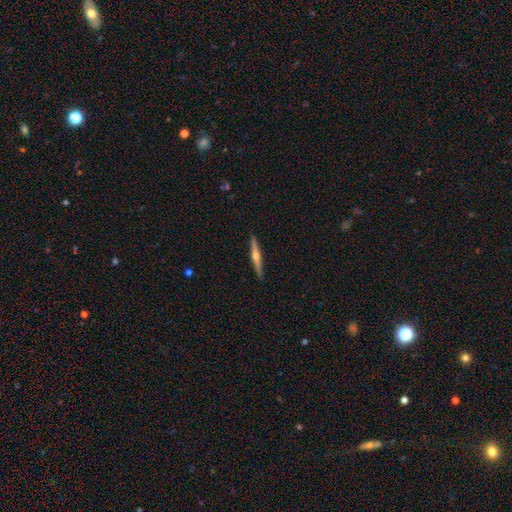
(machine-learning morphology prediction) This appears to be a featured or disk galaxy (72%) viewed edge-on (98%) with a rounded central bulge (90%). Merging: none (92%).